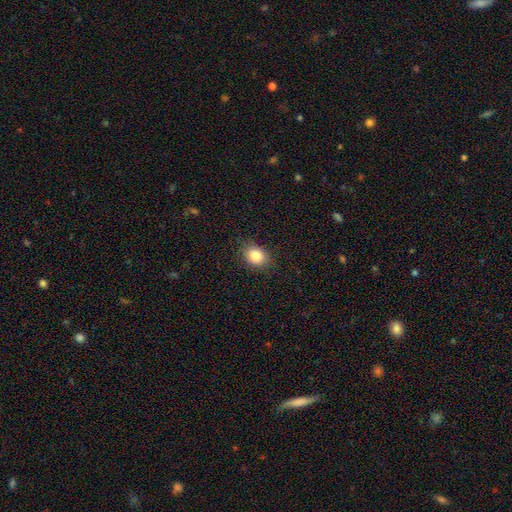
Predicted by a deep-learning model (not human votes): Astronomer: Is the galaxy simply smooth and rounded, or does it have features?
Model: smooth — 84%.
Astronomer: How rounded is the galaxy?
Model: in between — 56% (runner-up: round, 42%).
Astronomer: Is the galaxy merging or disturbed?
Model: none — 86%.